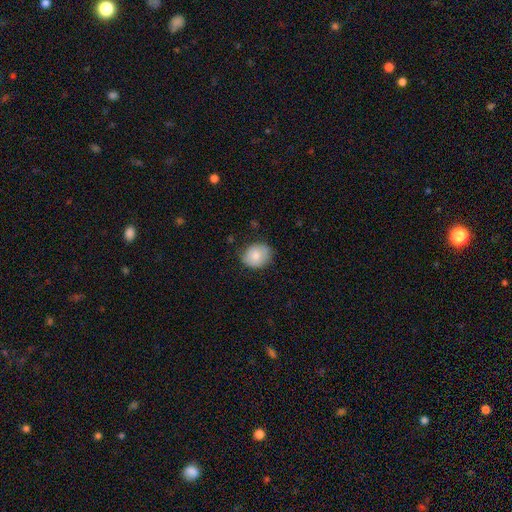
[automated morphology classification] Smooth or featured?
  - smooth: 80% *
  - featured or disk: 13%
  - star or artifact: 7%
How rounded?
  - round: 57% *
  - in between: 42%
  - cigar-shaped: 1%
Merging?
  - none: 74% *
  - minor disturbance: 21%
  - major disturbance: 4%
  - merger: 1%